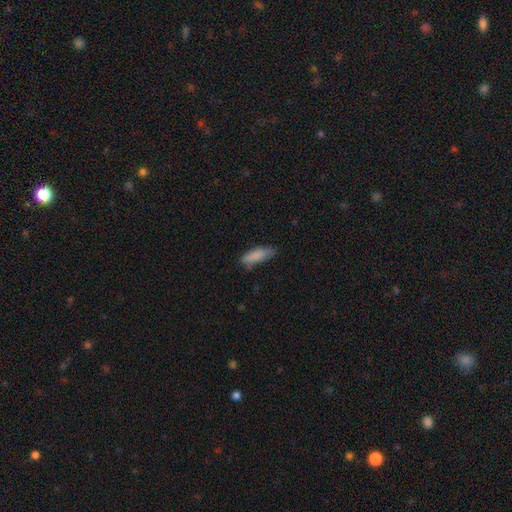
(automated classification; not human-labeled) Morphology: type=smooth (84%); roundness=in between (62%); merging=none (63%).